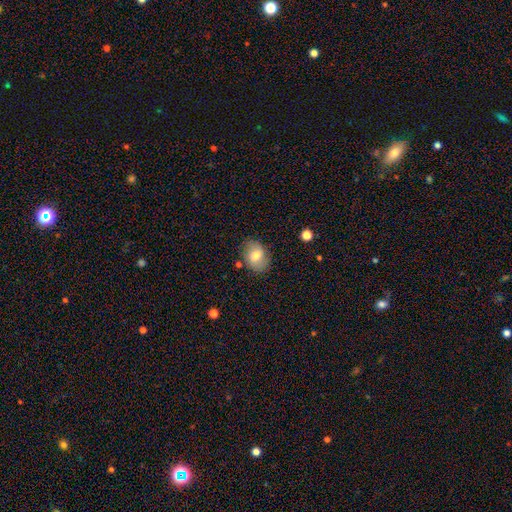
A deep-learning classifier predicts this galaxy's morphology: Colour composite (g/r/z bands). It shows a smooth galaxy with no disk features (68%) that is in between round and cigar-shaped (67%). Merging: none (76%).